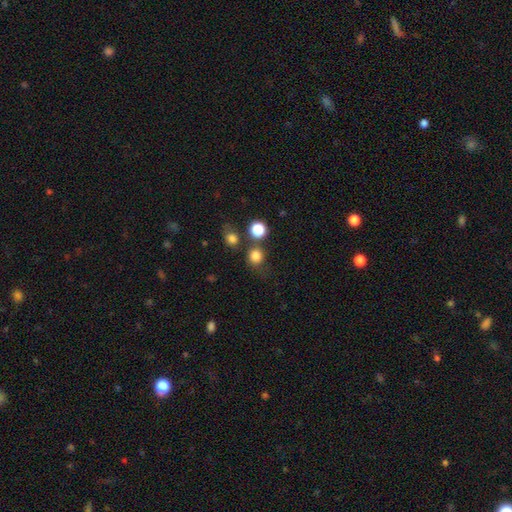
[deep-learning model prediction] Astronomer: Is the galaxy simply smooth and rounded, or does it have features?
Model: smooth — 80%.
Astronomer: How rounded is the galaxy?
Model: round — 87%.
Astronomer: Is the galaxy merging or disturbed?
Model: none — 67%.